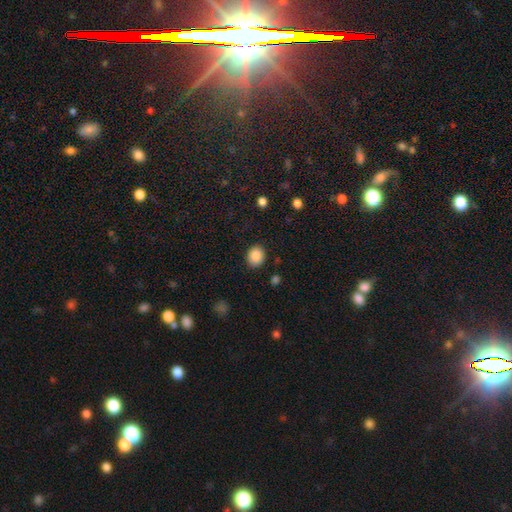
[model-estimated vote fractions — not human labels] Smooth or featured? Predicted: smooth (p=0.86). How rounded? Predicted: round (p=0.69). Merging? Predicted: none (p=0.89).